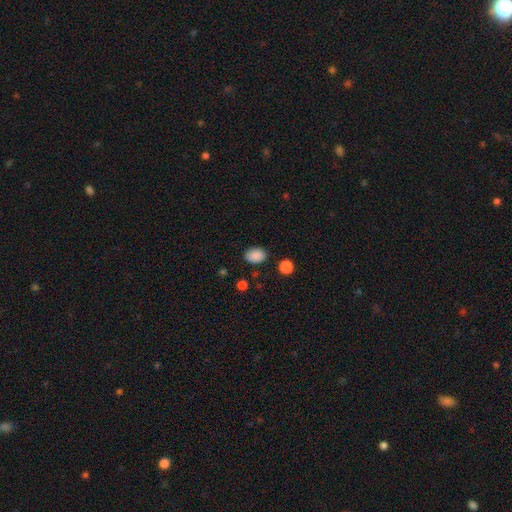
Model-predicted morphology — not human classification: This is clearly a smooth galaxy (88%). How rounded: likely in between (77%). Merging: clearly none (83%).